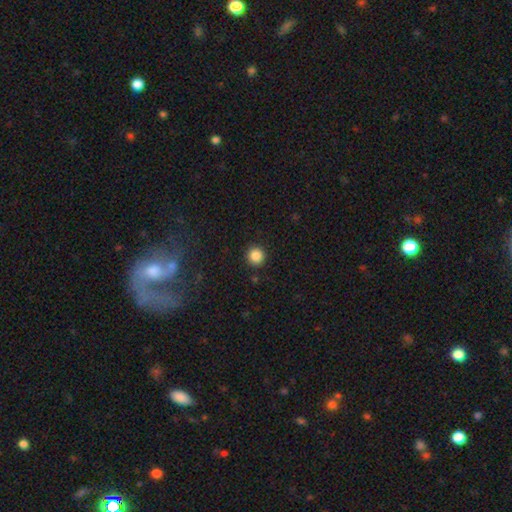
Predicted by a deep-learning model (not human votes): This appears to be a smooth galaxy with no disk features (86%) that is round (93%). Merging: none (91%).